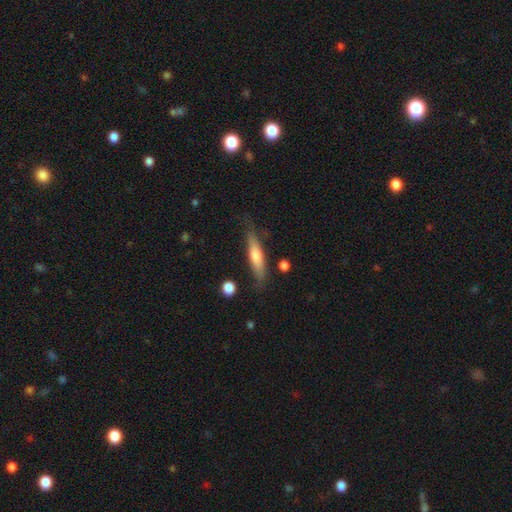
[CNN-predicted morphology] smooth-or-featured: smooth: 56% | featured or disk: 38% | star or artifact: 6%
  how-rounded: cigar-shaped: 77% | in between: 21% | round: 2%
  merging: none: 75% | minor disturbance: 18% | major disturbance: 4% | merger: 3%